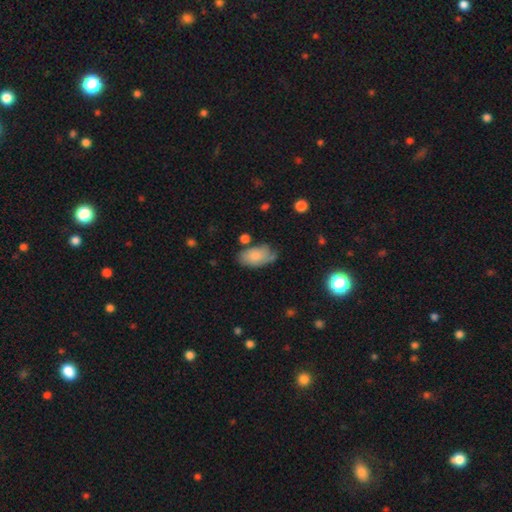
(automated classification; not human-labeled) Smooth or featured: smooth — 78% (featured or disk — 15%)
How rounded: in between — 94% (round — 4%)
Merging: none — 60% (minor disturbance — 26%)